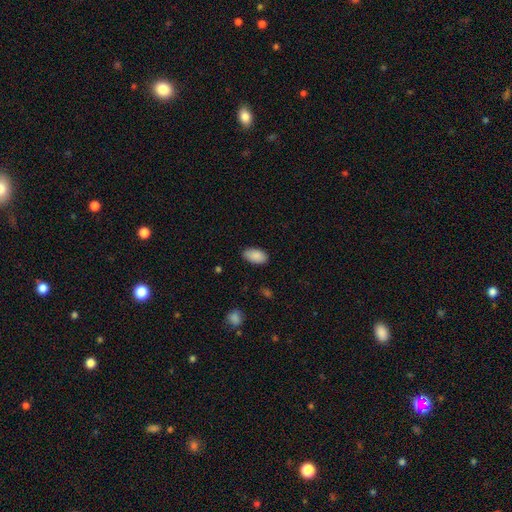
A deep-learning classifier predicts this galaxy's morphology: This is clearly a smooth galaxy (89%). How rounded: clearly in between (95%). Merging: clearly none (86%).